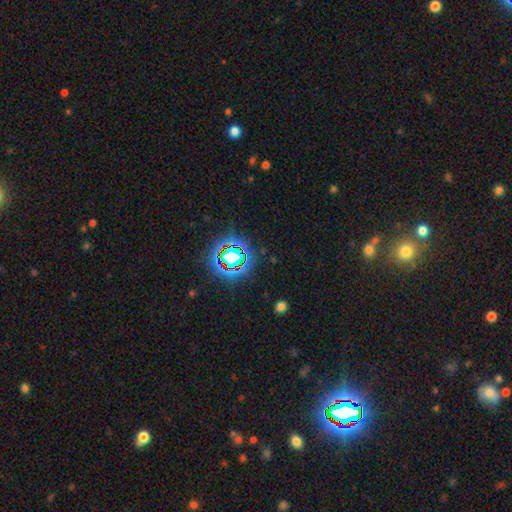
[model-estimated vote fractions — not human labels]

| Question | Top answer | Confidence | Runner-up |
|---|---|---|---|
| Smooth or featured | star or artifact | 76% | smooth (14%) |